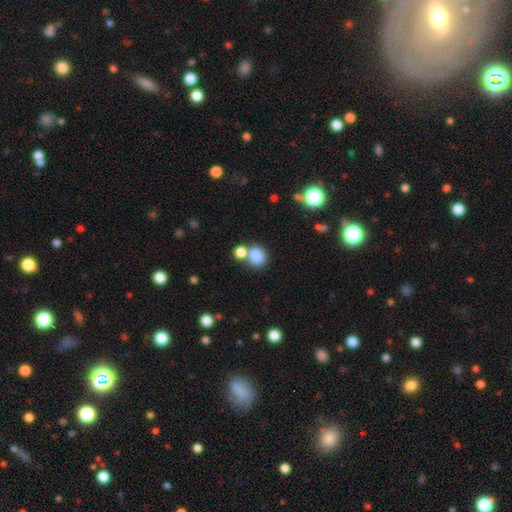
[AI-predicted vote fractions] Smooth or featured? smooth (83%)
How rounded? round (70%)
Merging? none (50%)